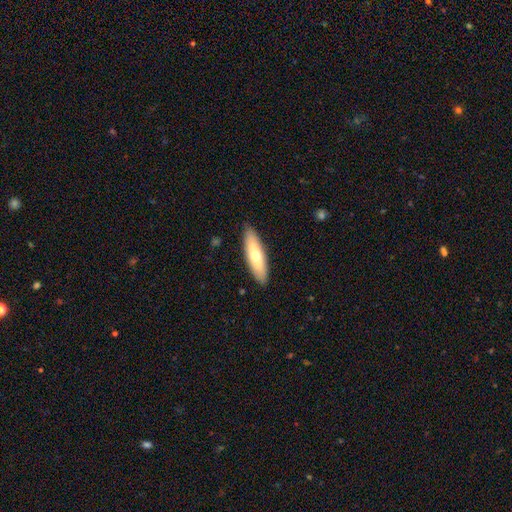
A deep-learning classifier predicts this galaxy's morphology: smooth 63%, featured or disk 32%, star or artifact 5%. Down the decision tree: how rounded — cigar-shaped (51%); merging — none (87%).